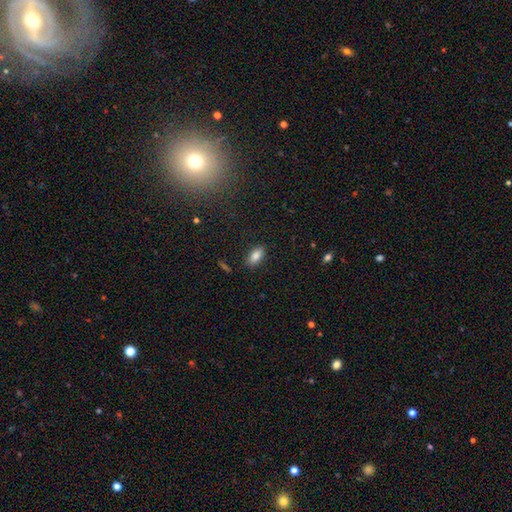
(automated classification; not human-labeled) A smooth galaxy with no disk features (84%) that is in between round and cigar-shaped (90%).

Vote fractions:
- Smooth or featured? smooth: 84% / star or artifact: 8% / featured or disk: 8%
- How rounded? in between: 90% / cigar-shaped: 7% / round: 3%
- Merging? none: 86% / minor disturbance: 10% / major disturbance: 2% / merger: 2%